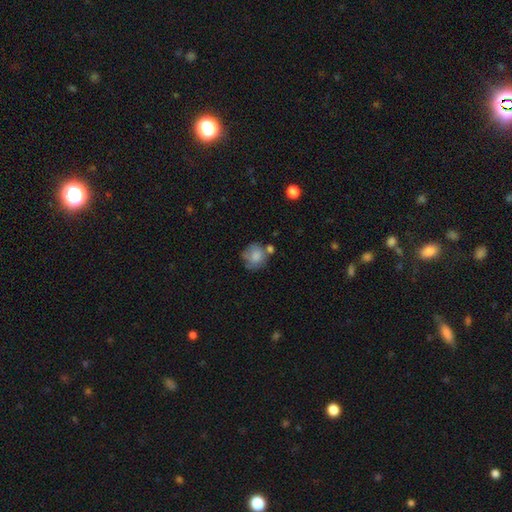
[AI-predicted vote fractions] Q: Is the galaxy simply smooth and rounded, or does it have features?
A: smooth — 73%.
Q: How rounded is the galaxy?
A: round — 76%.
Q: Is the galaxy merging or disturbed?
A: none — 50%.